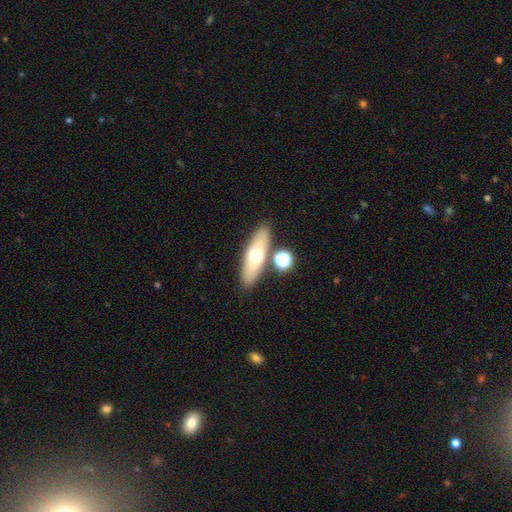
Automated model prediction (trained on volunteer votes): Smooth or featured? Predicted: smooth (p=0.57). How rounded? Predicted: in between (p=0.49). Merging? Predicted: none (p=0.80).